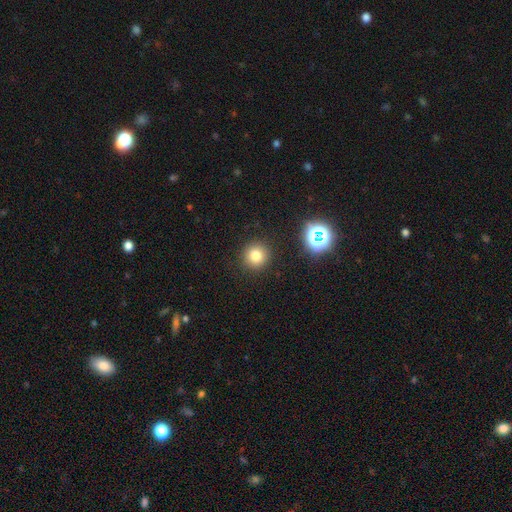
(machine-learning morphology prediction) Smooth or featured: smooth — 77% (star or artifact — 16%)
How rounded: round — 93% (in between — 6%)
Merging: none — 90% (minor disturbance — 6%)